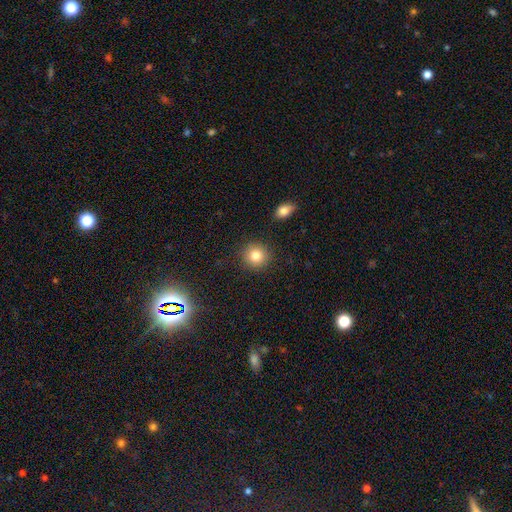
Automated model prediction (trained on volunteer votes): Smooth or featured? smooth (83%)
How rounded? round (89%)
Merging? none (89%)